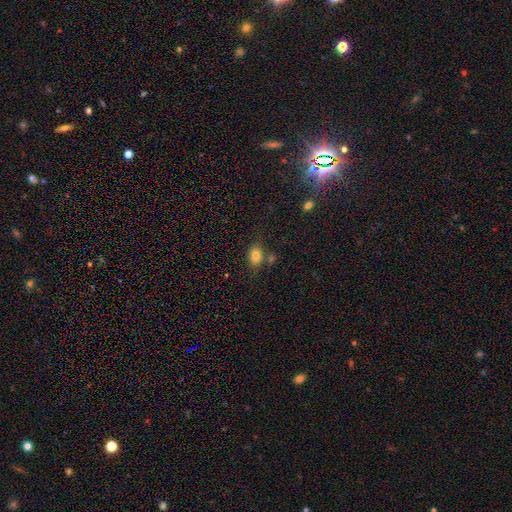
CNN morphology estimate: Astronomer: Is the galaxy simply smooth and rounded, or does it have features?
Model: smooth — 82%.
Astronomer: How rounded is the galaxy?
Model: in between — 77%.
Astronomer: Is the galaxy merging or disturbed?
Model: none — 66%.